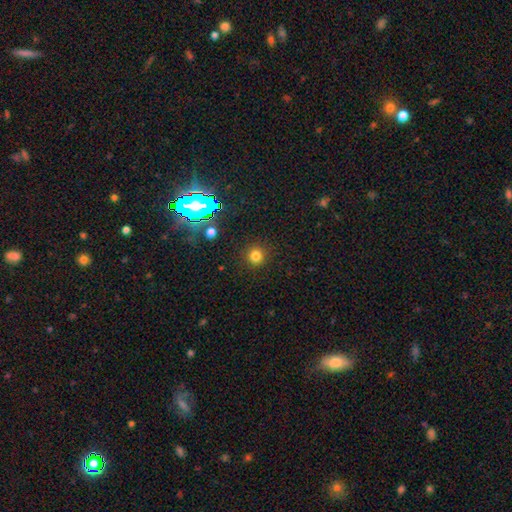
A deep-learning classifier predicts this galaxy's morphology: Smooth or featured? Predicted: smooth (p=0.77). How rounded? Predicted: round (p=0.94). Merging? Predicted: none (p=0.90).